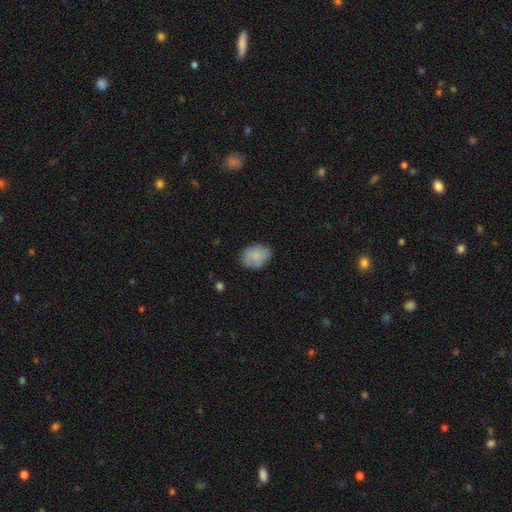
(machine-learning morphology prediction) Smooth or featured? smooth (80%)
How rounded? in between (66%)
Merging? none (75%)